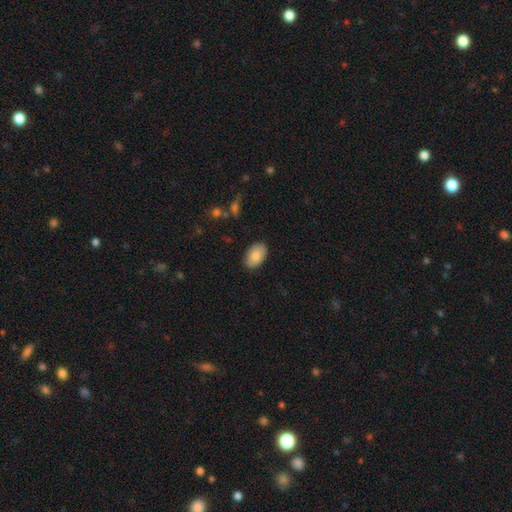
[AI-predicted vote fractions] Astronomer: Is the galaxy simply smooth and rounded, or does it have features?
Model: smooth — 84%.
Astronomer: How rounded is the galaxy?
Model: in between — 91%.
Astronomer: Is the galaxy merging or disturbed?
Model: none — 87%.